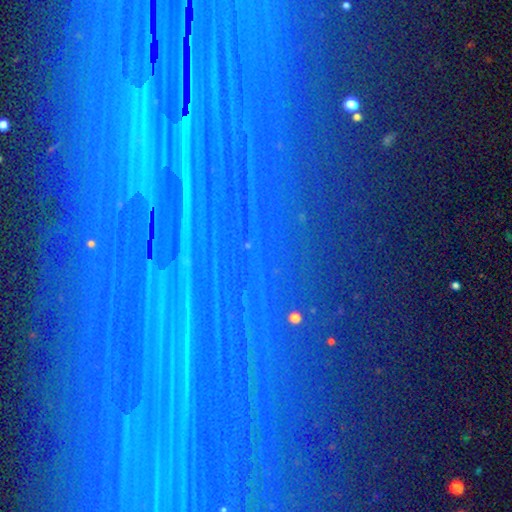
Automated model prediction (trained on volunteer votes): A star or artifact, not a galaxy (85%).

Vote fractions:
- Smooth or featured? star or artifact: 85% / featured or disk: 8% / smooth: 7%